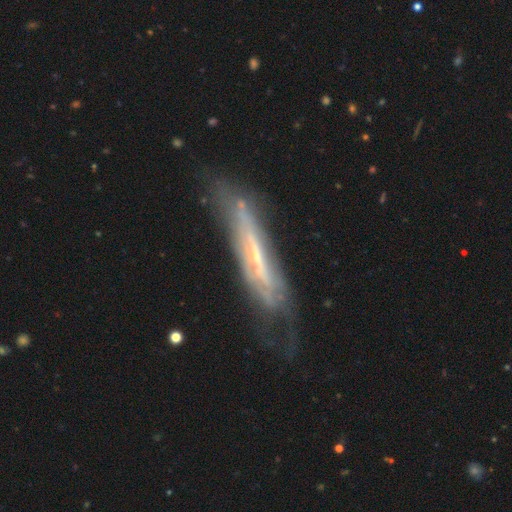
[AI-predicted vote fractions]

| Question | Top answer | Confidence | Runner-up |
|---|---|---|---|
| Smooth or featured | featured or disk | 72% | smooth (20%) |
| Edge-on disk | yes | 59% | no (41%) |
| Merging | none | 54% | minor disturbance (27%) |